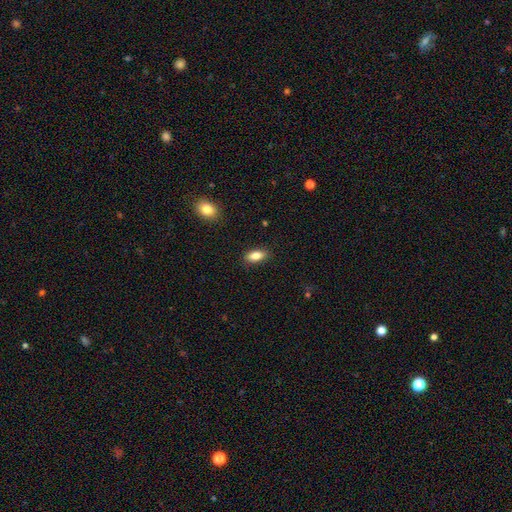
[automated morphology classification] This is clearly a smooth galaxy (83%). How rounded: clearly in between (86%). Merging: clearly none (88%).